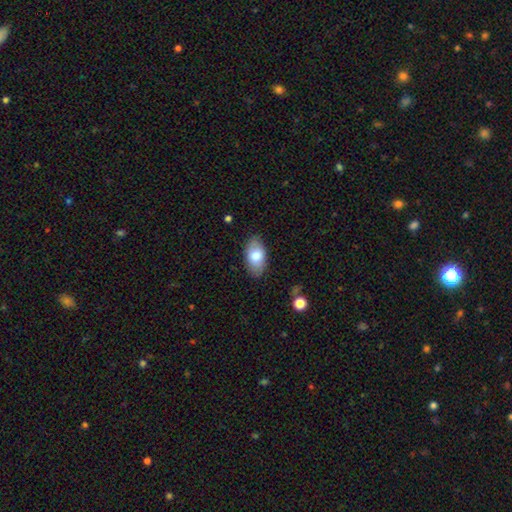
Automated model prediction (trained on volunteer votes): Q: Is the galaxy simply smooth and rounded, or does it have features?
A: smooth — 78%.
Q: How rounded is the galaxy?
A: in between — 93%.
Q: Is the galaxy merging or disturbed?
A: none — 84%.